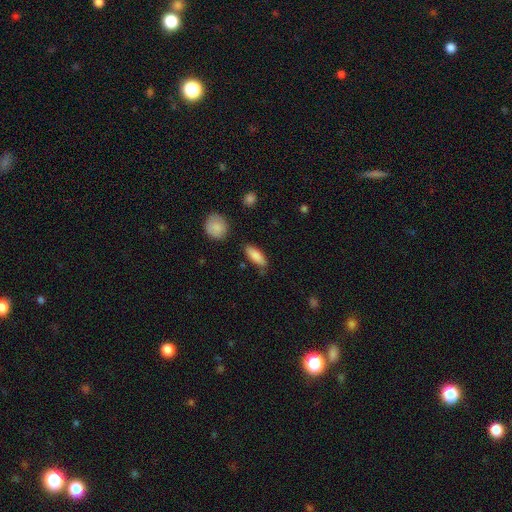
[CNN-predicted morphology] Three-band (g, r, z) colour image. It shows a smooth galaxy with no disk features (85%) that is in between round and cigar-shaped (65%). Merging: none (79%).